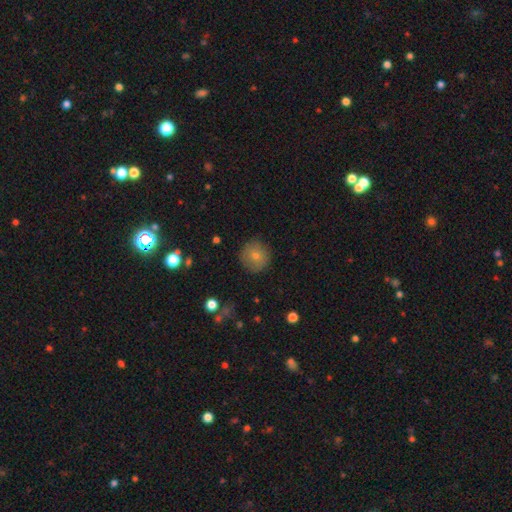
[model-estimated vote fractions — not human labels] Smooth or featured? smooth (70%)
How rounded? round (94%)
Merging? none (88%)